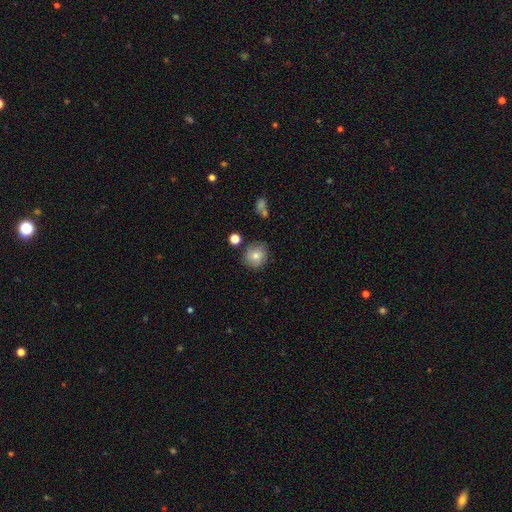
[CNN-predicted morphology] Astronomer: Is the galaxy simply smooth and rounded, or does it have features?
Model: smooth — 74%.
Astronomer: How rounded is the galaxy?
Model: round — 88%.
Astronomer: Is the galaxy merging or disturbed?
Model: none — 79%.